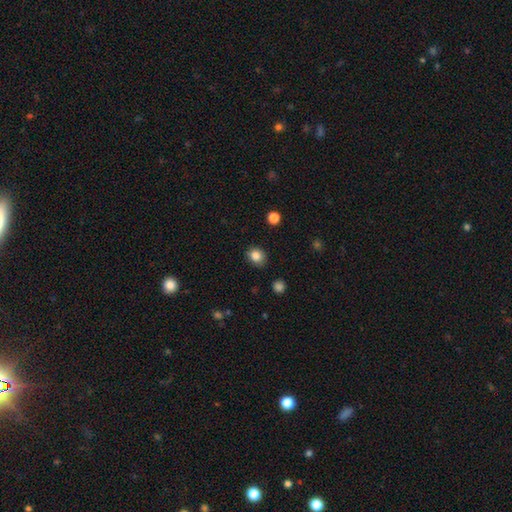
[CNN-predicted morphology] smooth_or_featured: smooth (p=0.85) [alt: star or artifact p=0.11]
how_rounded: round (p=0.61) [alt: in between p=0.38]
merging: none (p=0.82) [alt: minor disturbance p=0.14]